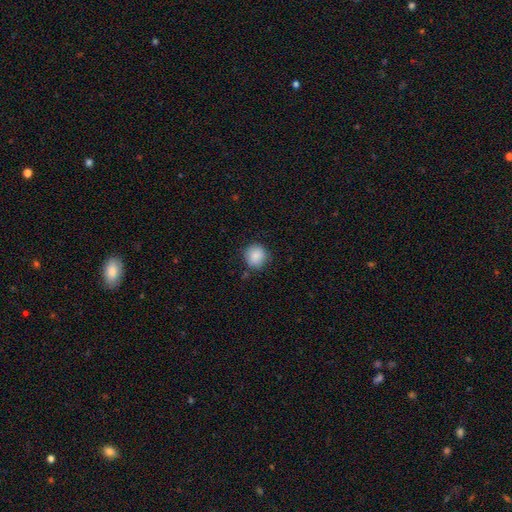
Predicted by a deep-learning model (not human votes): smooth-or-featured: smooth: 87% | star or artifact: 8% | featured or disk: 5%
  how-rounded: round: 87% | in between: 13% | cigar-shaped: 1%
  merging: none: 82% | minor disturbance: 13% | major disturbance: 3% | merger: 2%